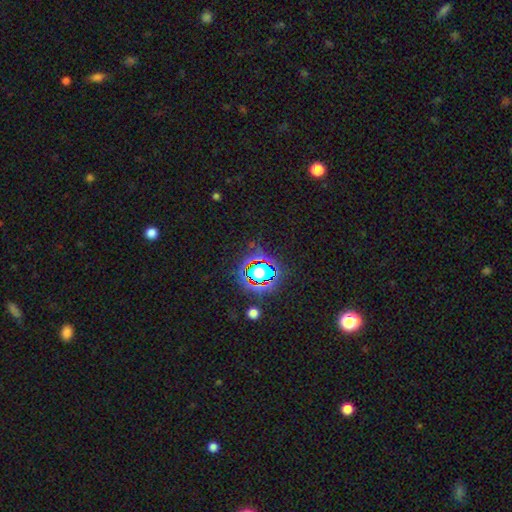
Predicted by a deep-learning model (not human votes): A star or artifact, not a galaxy (80%).